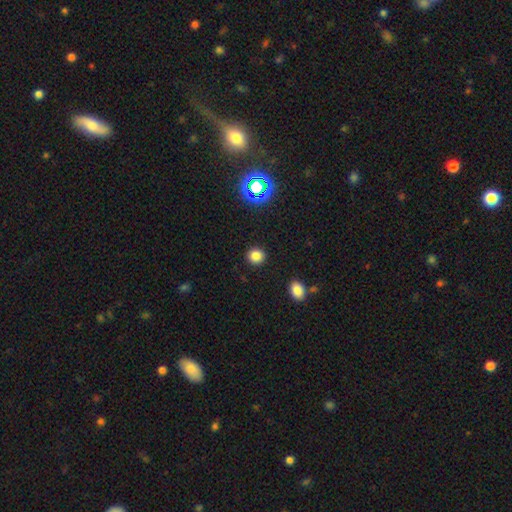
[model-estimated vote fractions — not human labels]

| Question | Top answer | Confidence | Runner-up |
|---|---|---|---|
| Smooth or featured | smooth | 80% | star or artifact (15%) |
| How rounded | round | 86% | in between (13%) |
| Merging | none | 91% | minor disturbance (5%) |